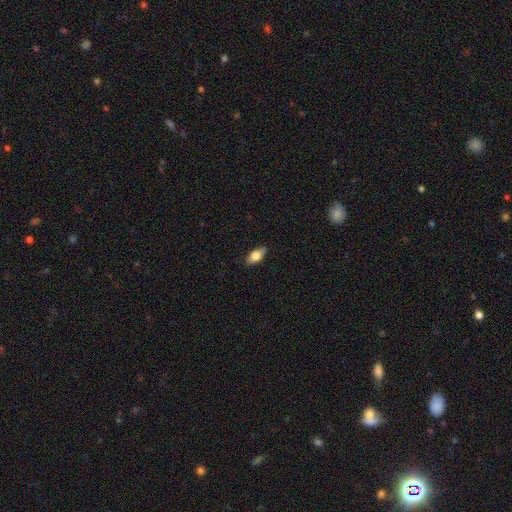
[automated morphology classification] smooth 68%, featured or disk 25%, star or artifact 7%. Down the decision tree: how rounded — in between (84%); merging — none (86%).